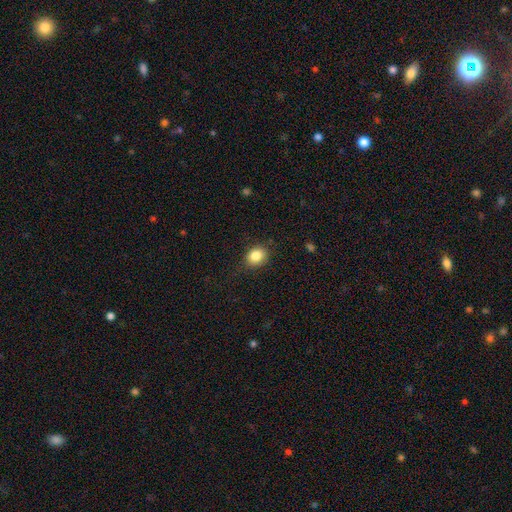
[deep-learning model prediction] The model was most divided on "how rounded": round: 51%, in between: 49%, cigar-shaped: 1%. More confident: smooth or featured — smooth (85%); merging — none (84%).